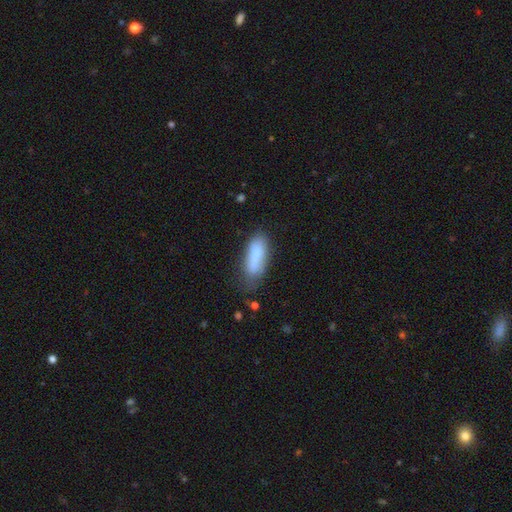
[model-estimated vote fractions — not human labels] Morphology: type=smooth (79%); roundness=in between (63%); merging=none (54%).